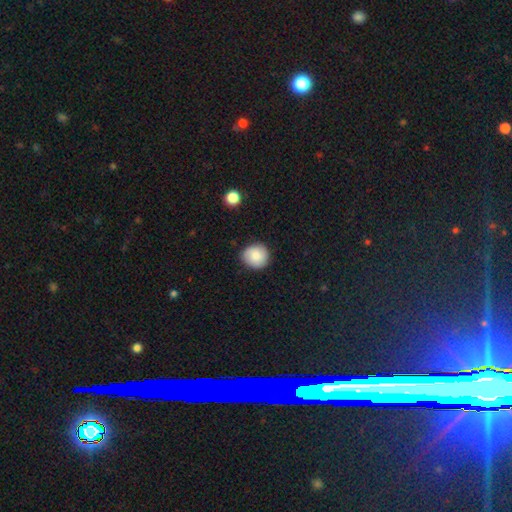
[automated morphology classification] Smooth or featured: smooth — 82% (featured or disk — 10%)
How rounded: round — 88% (in between — 11%)
Merging: none — 86% (minor disturbance — 11%)